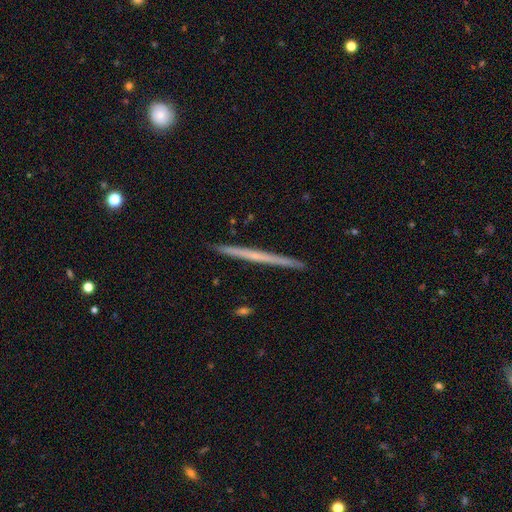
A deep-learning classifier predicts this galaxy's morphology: Q: Smooth or featured?
A: featured or disk (62%); runner-up: smooth (33%)
Q: Edge-on disk?
A: yes (98%); runner-up: no (2%)
Q: Edge-on bulge?
A: none (82%); runner-up: rounded (14%)
Q: Merging?
A: none (93%); runner-up: minor disturbance (5%)